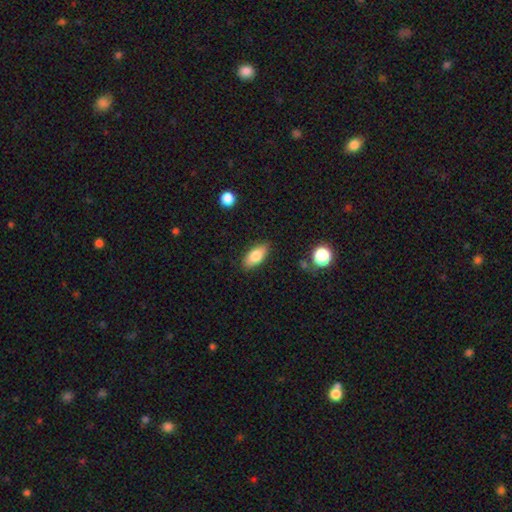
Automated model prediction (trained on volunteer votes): This appears to be a smooth galaxy with no disk features (79%) that is in between round and cigar-shaped (87%). Merging: none (86%).